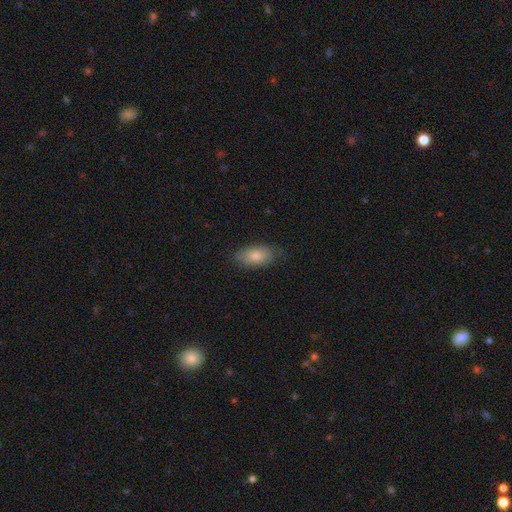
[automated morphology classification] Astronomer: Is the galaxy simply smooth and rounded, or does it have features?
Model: smooth — 78%.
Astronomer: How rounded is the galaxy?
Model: in between — 90%.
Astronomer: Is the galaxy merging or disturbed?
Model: none — 81%.